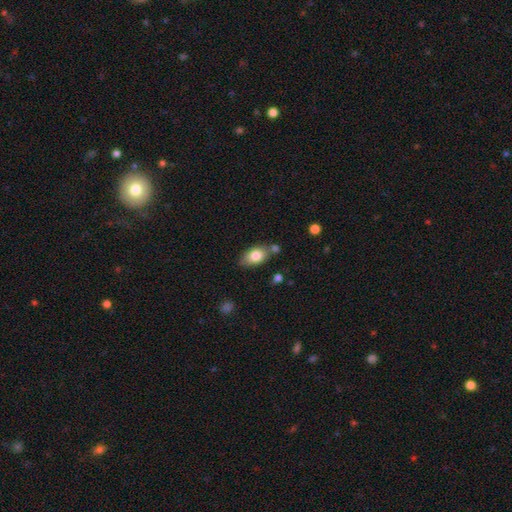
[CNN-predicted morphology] The model was most divided on "merging": none: 66%, minor disturbance: 18%, merger: 12%, major disturbance: 4%. More confident: how rounded — in between (88%); smooth or featured — smooth (80%).